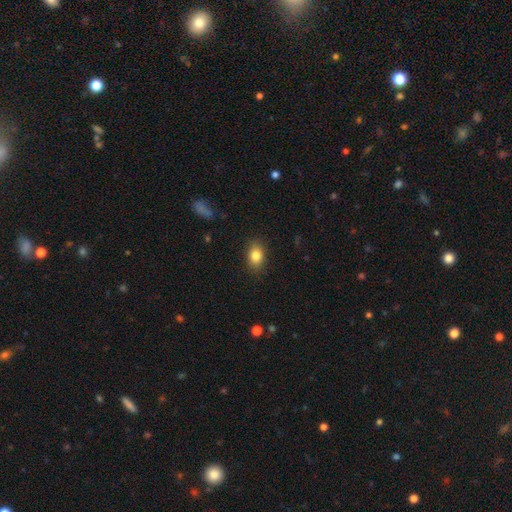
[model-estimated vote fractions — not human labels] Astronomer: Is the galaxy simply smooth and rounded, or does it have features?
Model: smooth — 83%.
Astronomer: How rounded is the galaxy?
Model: in between — 79%.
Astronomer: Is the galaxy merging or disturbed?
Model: none — 86%.